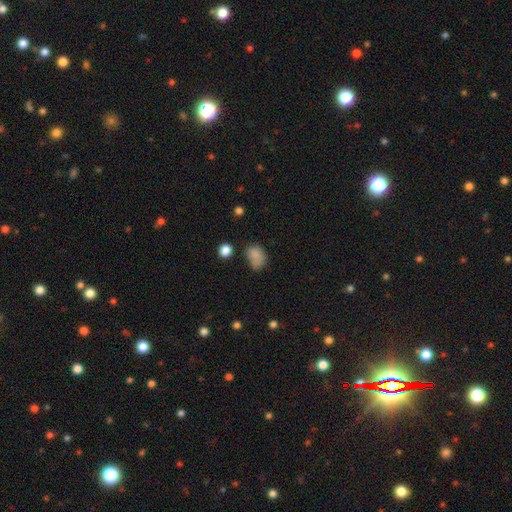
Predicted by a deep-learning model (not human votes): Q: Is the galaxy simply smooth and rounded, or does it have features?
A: smooth — 82%.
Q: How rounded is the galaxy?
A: in between — 69%.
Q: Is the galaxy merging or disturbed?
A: none — 48%.